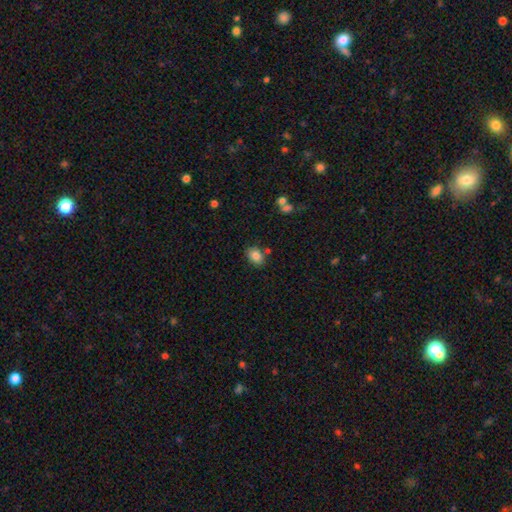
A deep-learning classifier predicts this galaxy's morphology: A smooth galaxy with no disk features (84%) that is in between round and cigar-shaped (69%). Merging: none (76%).